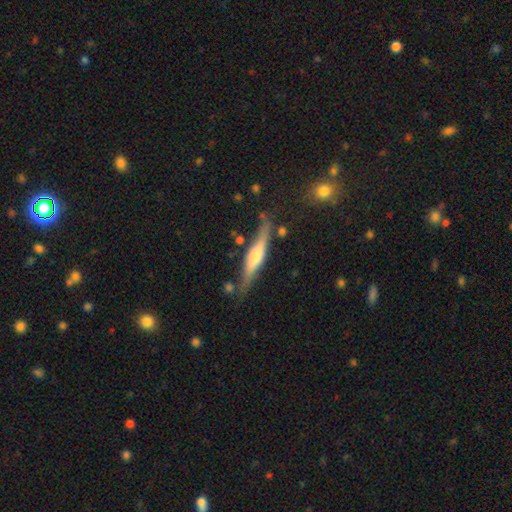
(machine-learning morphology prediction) Smooth or featured: featured or disk — 60% (smooth — 34%)
Edge-on disk: yes — 92% (no — 8%)
Edge-on bulge: rounded — 69% (boxy — 22%)
Merging: none — 73% (minor disturbance — 18%)